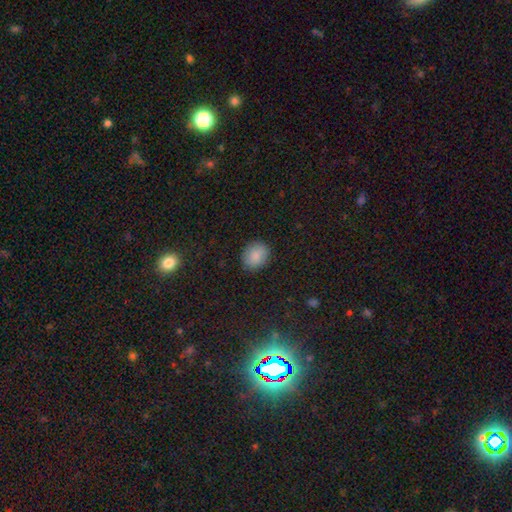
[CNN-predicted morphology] A smooth galaxy with no disk features (85%) that is round (55%). Merging: none (87%).